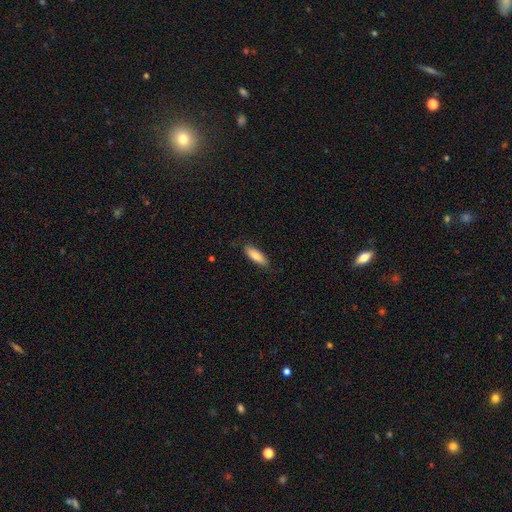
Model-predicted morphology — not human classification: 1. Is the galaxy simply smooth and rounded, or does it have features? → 80% smooth, 14% featured or disk, 6% star or artifact.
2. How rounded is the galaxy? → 53% in between, 45% cigar-shaped, 2% round.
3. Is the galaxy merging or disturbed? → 84% none, 13% minor disturbance, 2% major disturbance, 1% merger.